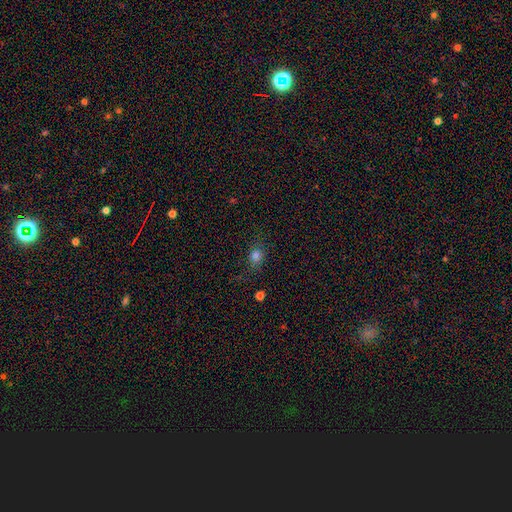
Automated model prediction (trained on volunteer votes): Q: Smooth or featured?
A: smooth (78%); runner-up: star or artifact (15%)
Q: How rounded?
A: round (52%); runner-up: in between (46%)
Q: Merging?
A: none (75%); runner-up: minor disturbance (17%)